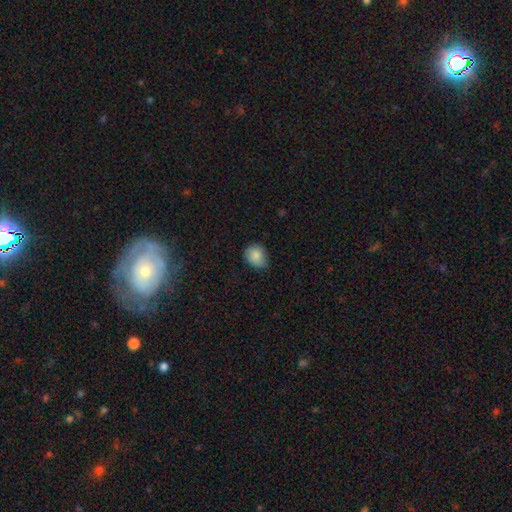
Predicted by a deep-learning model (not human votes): A smooth galaxy with no disk features (86%) that is round (62%). Merging: none (63%).